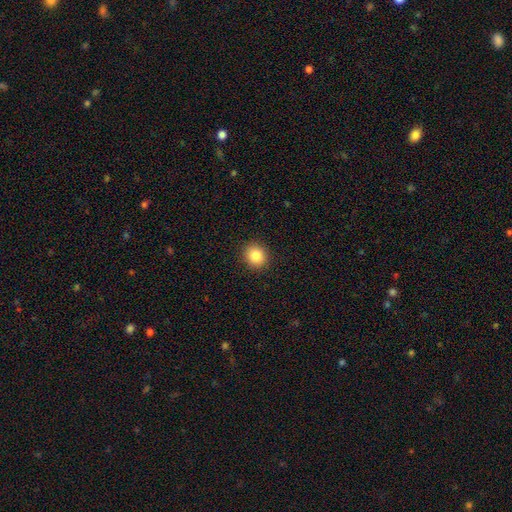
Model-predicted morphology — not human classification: smooth 85%, star or artifact 10%, featured or disk 5%. Down the decision tree: how rounded — round (80%); merging — none (91%).